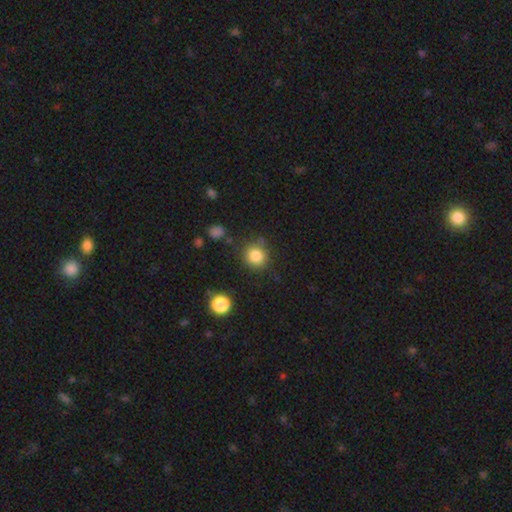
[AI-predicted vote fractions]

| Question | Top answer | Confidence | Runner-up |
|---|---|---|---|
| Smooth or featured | smooth | 84% | star or artifact (11%) |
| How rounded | round | 90% | in between (9%) |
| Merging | none | 81% | minor disturbance (11%) |